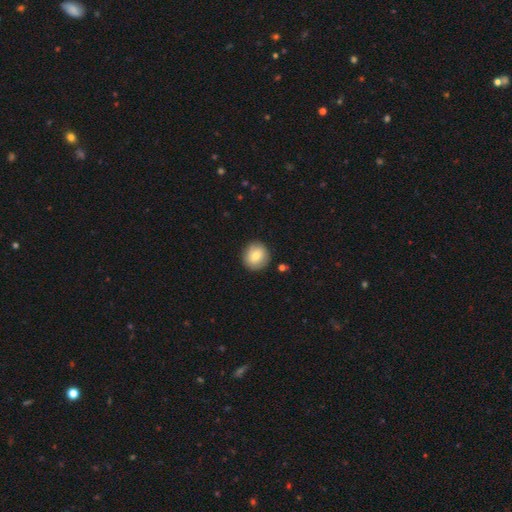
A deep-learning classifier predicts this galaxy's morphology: A smooth galaxy with no disk features (79%) that is round (89%). Merging: none (88%).